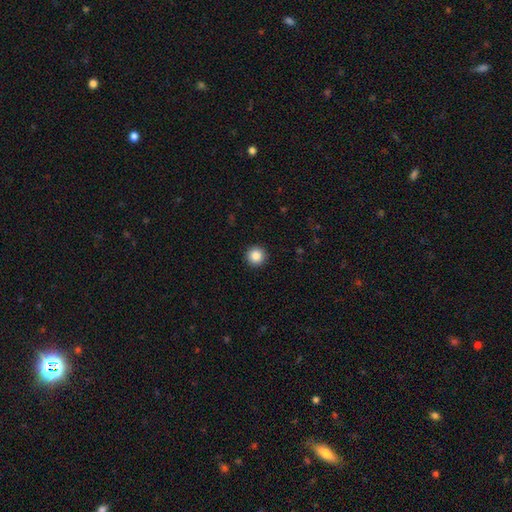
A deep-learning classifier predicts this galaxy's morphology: Smooth or featured? Predicted: smooth (p=0.86). How rounded? Predicted: round (p=0.96). Merging? Predicted: none (p=0.93).